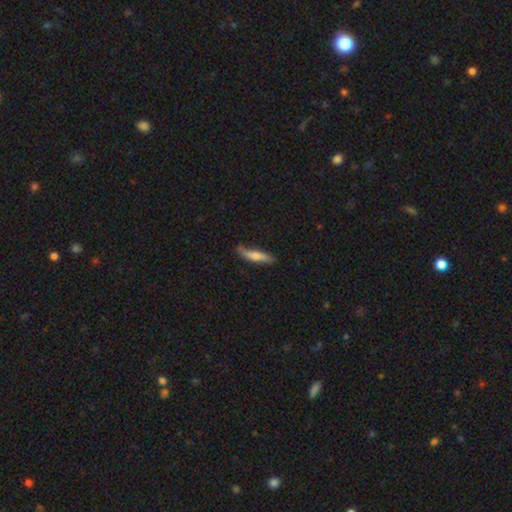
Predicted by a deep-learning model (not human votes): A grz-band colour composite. It shows a smooth galaxy with no disk features (58%) that is cigar-shaped (81%). Merging: none (66%).